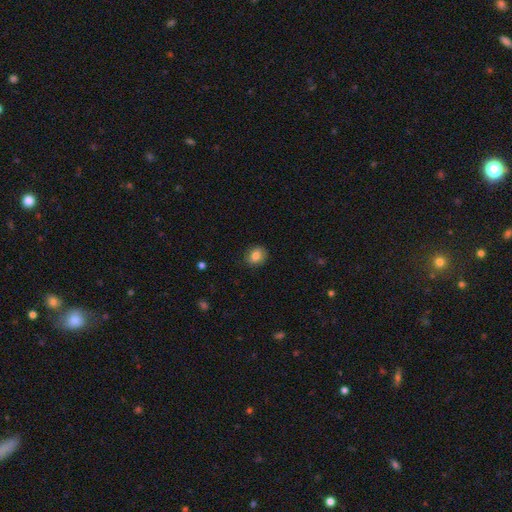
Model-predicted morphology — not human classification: This appears to be a smooth galaxy with no disk features (81%) that is round (60%). Merging: none (81%).